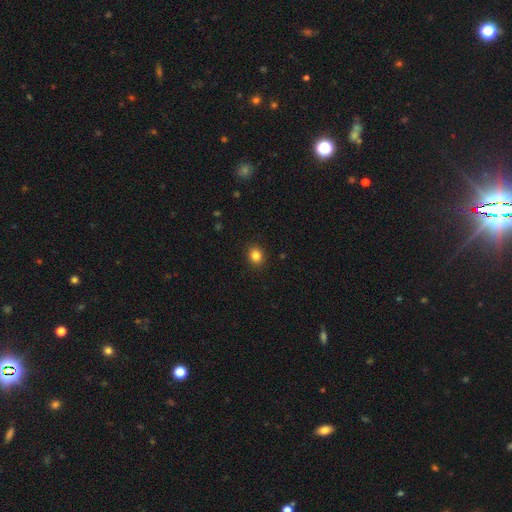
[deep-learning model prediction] Q: Smooth or featured?
A: smooth (84%); runner-up: star or artifact (11%)
Q: How rounded?
A: round (76%); runner-up: in between (23%)
Q: Merging?
A: none (91%); runner-up: minor disturbance (6%)